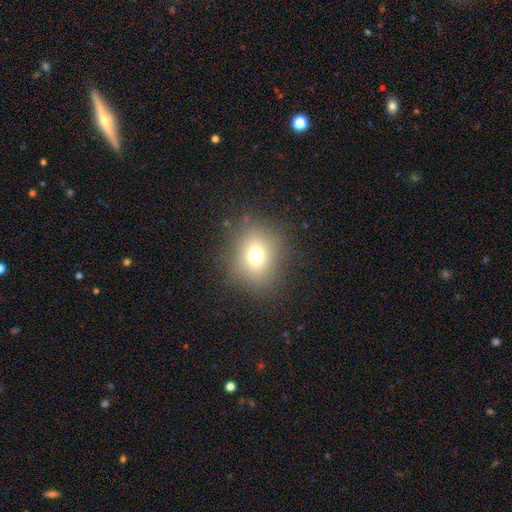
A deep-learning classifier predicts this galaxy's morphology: smooth-or-featured: smooth: 71% | star or artifact: 16% | featured or disk: 13%
  how-rounded: round: 63% | in between: 36% | cigar-shaped: 1%
  merging: none: 83% | minor disturbance: 10% | major disturbance: 5% | merger: 1%